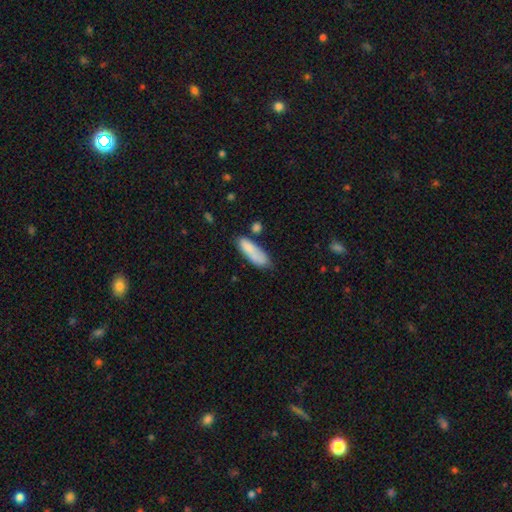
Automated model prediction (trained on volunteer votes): Smooth or featured? smooth (80%)
How rounded? in between (55%)
Merging? none (51%)